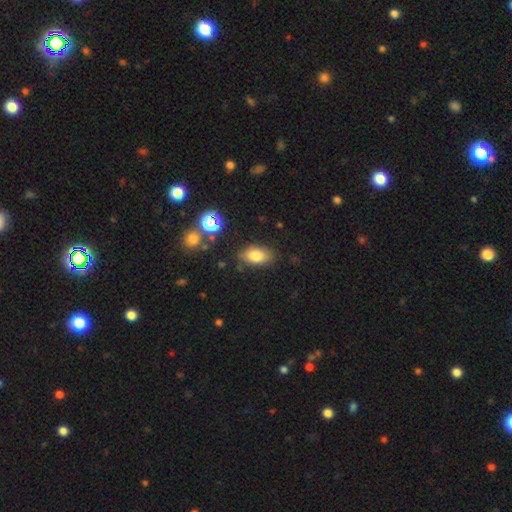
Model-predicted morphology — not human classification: Overall: smooth (80%). How rounded: in between (88%). Merging: none (78%).